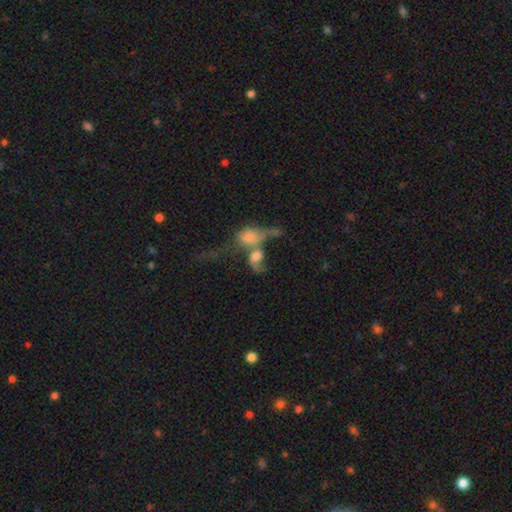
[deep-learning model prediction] smooth_or_featured: smooth (p=0.44) [tied with: featured or disk p=0.44]
merging: merger (p=0.71) [alt: major disturbance p=0.14]